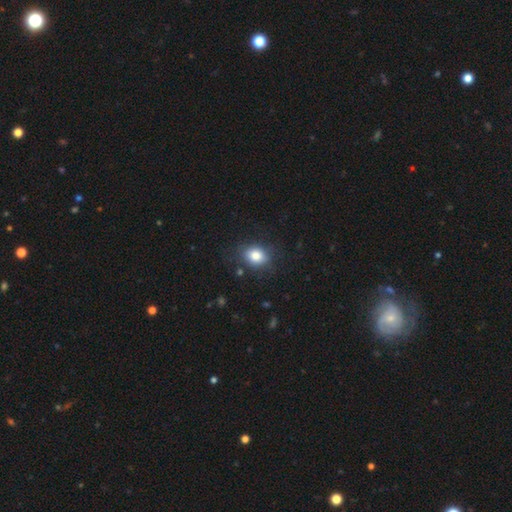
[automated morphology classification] Smooth or featured: smooth — 82% (star or artifact — 10%)
How rounded: in between — 54% (round — 45%)
Merging: none — 79% (minor disturbance — 15%)